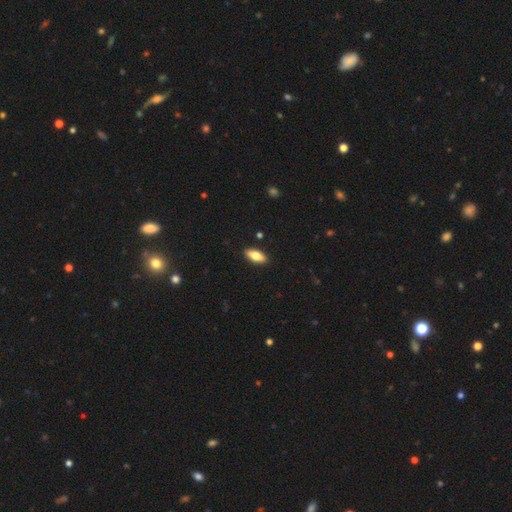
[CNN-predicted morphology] type=smooth (75%); roundness=in between (80%); merging=none (90%).